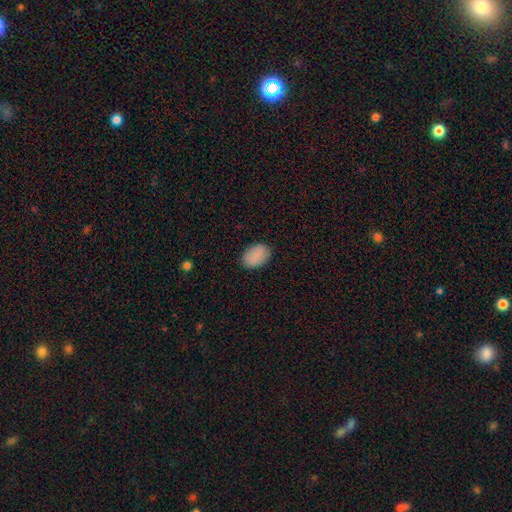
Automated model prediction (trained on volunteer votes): Overall: smooth (86%). How rounded: in between (85%). Merging: none (85%).